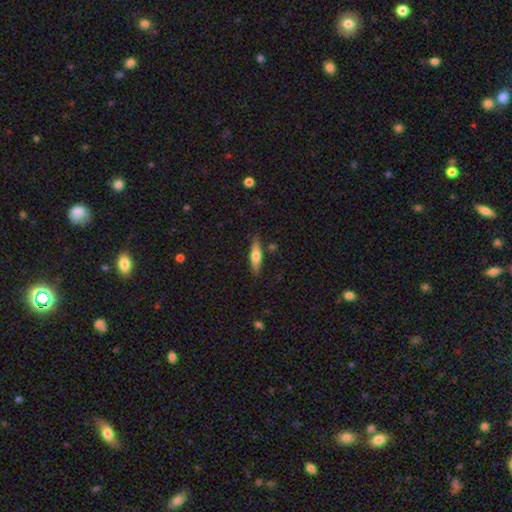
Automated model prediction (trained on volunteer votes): A smooth galaxy with no disk features (60%) that is cigar-shaped (67%). Merging: none (83%).